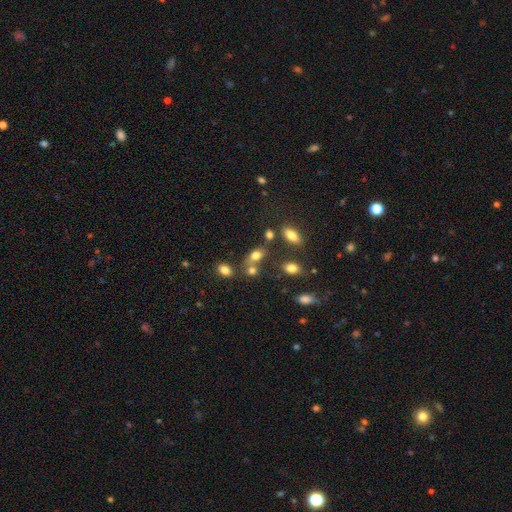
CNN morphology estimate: Smooth or featured? Predicted: smooth (p=0.73). How rounded? Predicted: in between (p=0.73). Merging? Predicted: none (p=0.46).